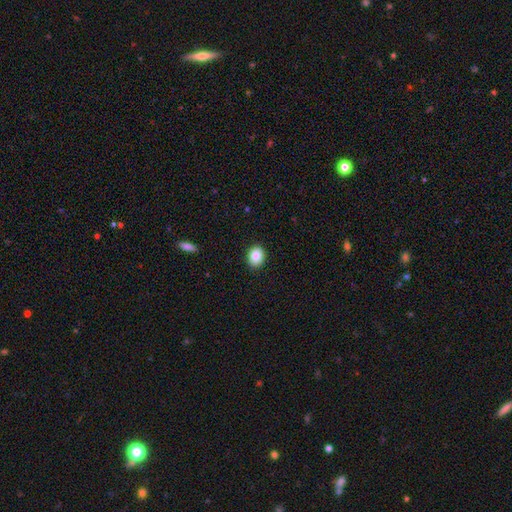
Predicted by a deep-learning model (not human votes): Smooth or featured?
  - smooth: 86% *
  - star or artifact: 9%
  - featured or disk: 5%
How rounded?
  - in between: 51% *
  - round: 48%
  - cigar-shaped: 1%
Merging?
  - none: 91% *
  - minor disturbance: 6%
  - major disturbance: 2%
  - merger: 1%